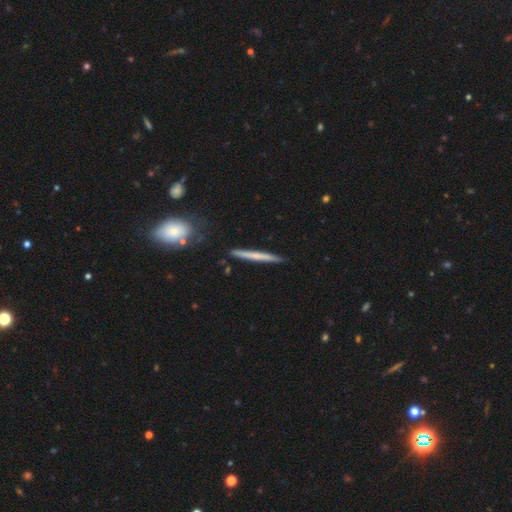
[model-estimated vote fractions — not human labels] Smooth or featured: smooth — 52% (featured or disk — 42%)
How rounded: cigar-shaped — 96% (in between — 2%)
Merging: none — 88% (minor disturbance — 9%)